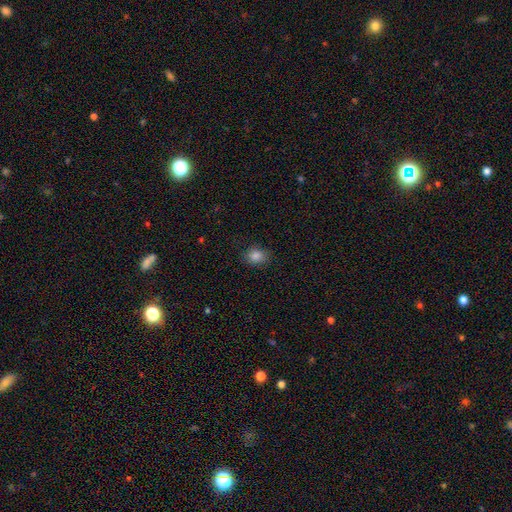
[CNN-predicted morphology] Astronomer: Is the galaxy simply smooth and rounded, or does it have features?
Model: smooth — 85%.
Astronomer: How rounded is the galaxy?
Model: in between — 52% (runner-up: round, 47%).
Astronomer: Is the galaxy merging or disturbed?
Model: none — 84%.